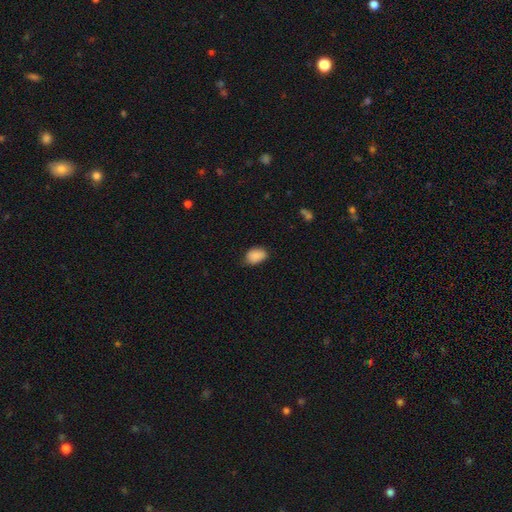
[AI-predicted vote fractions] Smooth or featured? Predicted: smooth (p=0.88). How rounded? Predicted: in between (p=0.81). Merging? Predicted: none (p=0.71).